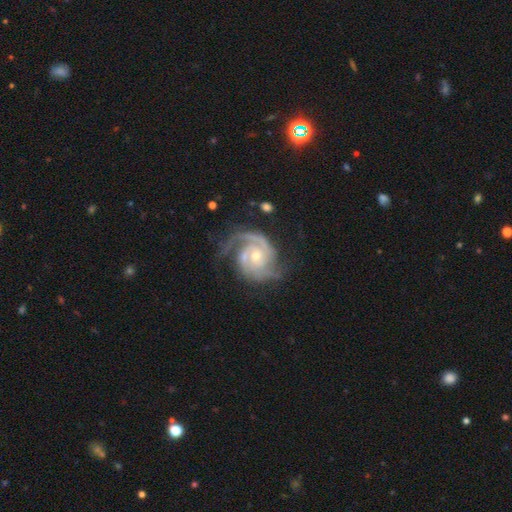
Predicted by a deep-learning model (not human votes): Overall: featured or disk (92%). Edge-on disk: no (98%). Bar: no (69%). Spiral arms: yes (98%). Spiral arm count: 2 (50%; 3 28%). Spiral winding: tight (52%; medium 40%). Bulge size: small (50%; moderate 47%). Merging: none (66%).